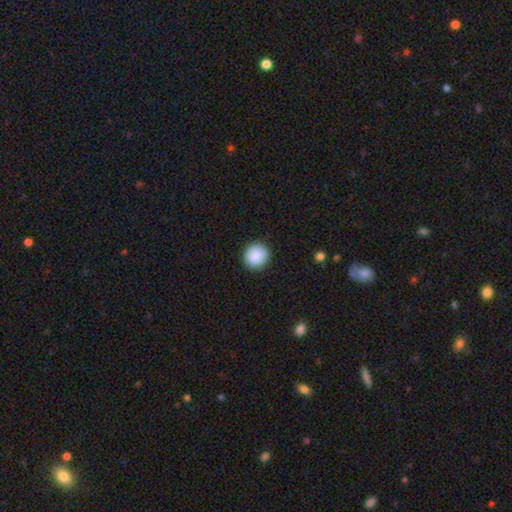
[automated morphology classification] smooth_or_featured: smooth (p=0.89) [alt: star or artifact p=0.08]
how_rounded: round (p=0.92) [alt: in between p=0.07]
merging: none (p=0.91) [alt: minor disturbance p=0.06]